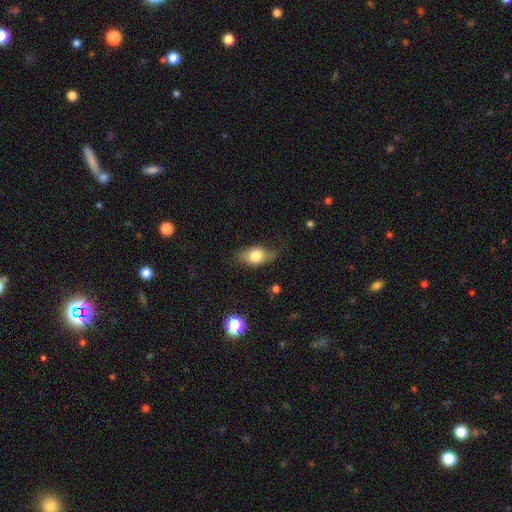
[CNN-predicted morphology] type=smooth (70%); roundness=in between (82%); merging=none (63%).